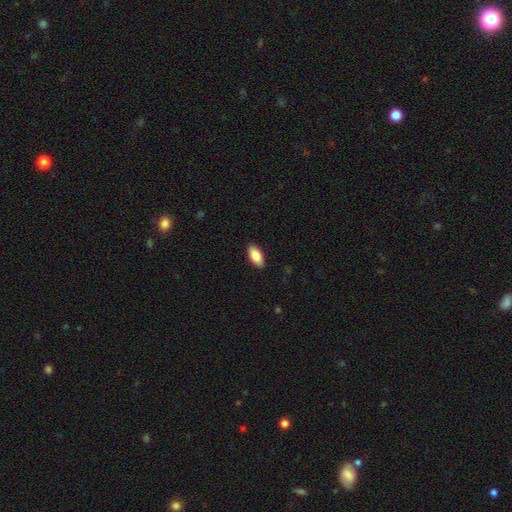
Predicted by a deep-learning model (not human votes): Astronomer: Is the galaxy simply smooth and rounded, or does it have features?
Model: smooth — 88%.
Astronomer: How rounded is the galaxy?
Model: in between — 91%.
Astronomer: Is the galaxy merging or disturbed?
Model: none — 89%.